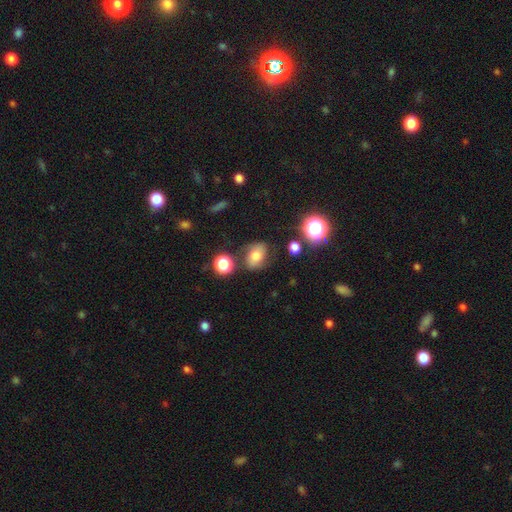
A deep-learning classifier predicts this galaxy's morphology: Q: Smooth or featured?
A: smooth (69%); runner-up: featured or disk (17%)
Q: How rounded?
A: in between (65%); runner-up: round (33%)
Q: Merging?
A: none (71%); runner-up: minor disturbance (18%)